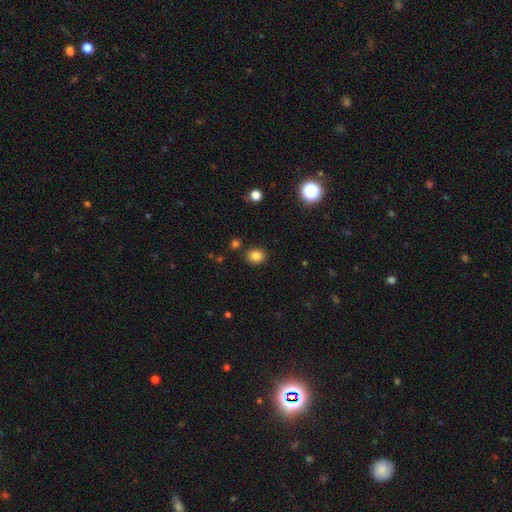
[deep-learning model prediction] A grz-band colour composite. It shows a smooth galaxy with no disk features (84%) that is round (65%). Merging: none (86%).